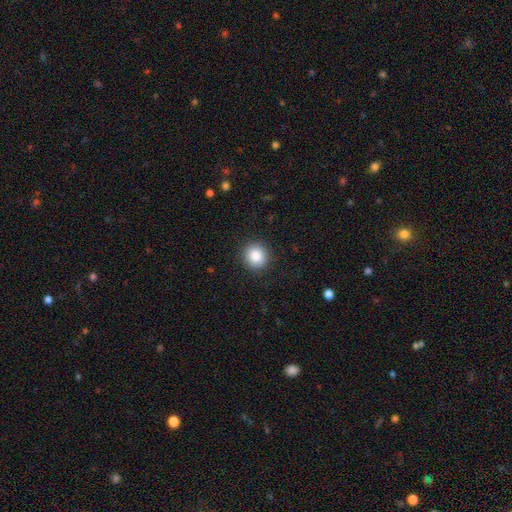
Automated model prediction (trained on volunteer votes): smooth-or-featured: smooth: 86% | star or artifact: 9% | featured or disk: 5%
  how-rounded: round: 91% | in between: 8% | cigar-shaped: 1%
  merging: none: 91% | minor disturbance: 6% | major disturbance: 2% | merger: 1%